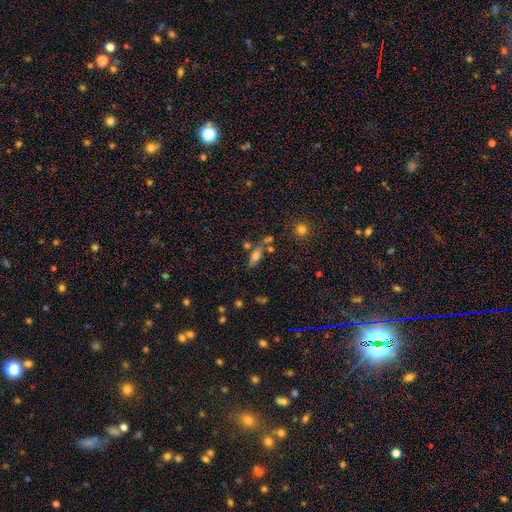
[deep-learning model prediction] Smooth or featured? Predicted: smooth (p=0.65). How rounded? Predicted: in between (p=0.77). Merging? Predicted: none (p=0.61).